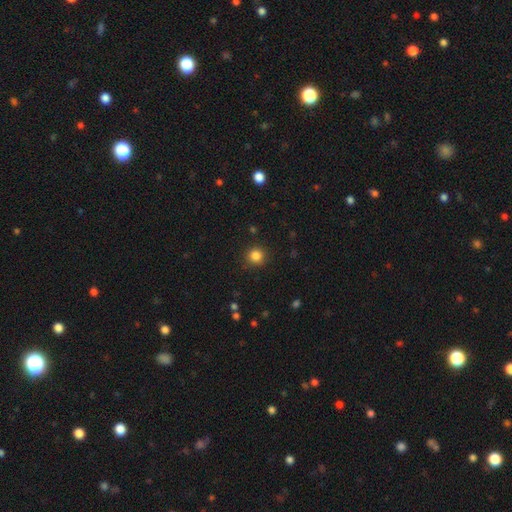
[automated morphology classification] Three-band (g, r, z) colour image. It shows a smooth galaxy with no disk features (84%) that is round (93%). Merging: none (90%).